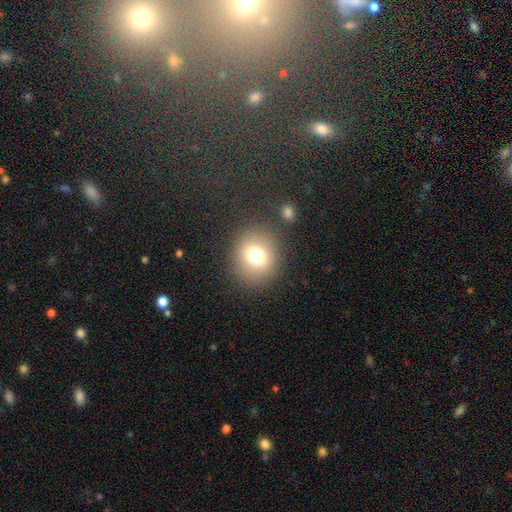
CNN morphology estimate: This is likely a smooth galaxy (73%). How rounded: likely round (79%). Merging: clearly none (83%).